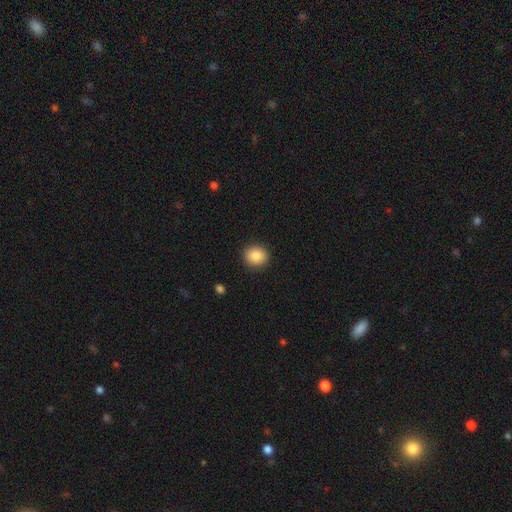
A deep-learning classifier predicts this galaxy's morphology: The model was most divided on "how rounded": round: 79%, in between: 20%, cigar-shaped: 1%. More confident: merging — none (91%); smooth or featured — smooth (86%).